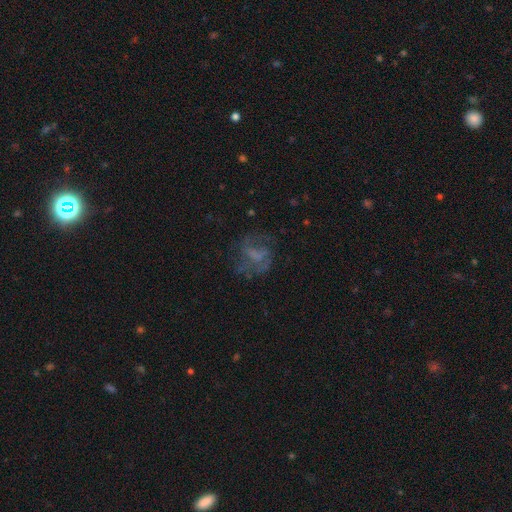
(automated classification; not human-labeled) Smooth or featured: featured or disk — 53% (smooth — 30%)
Edge-on disk: no — 97% (yes — 3%)
Bar: no — 56% (weak — 33%)
Spiral arms: yes — 55% (no — 45%)
Bulge size: none — 60% (small — 18%)
Merging: none — 51% (major disturbance — 28%)